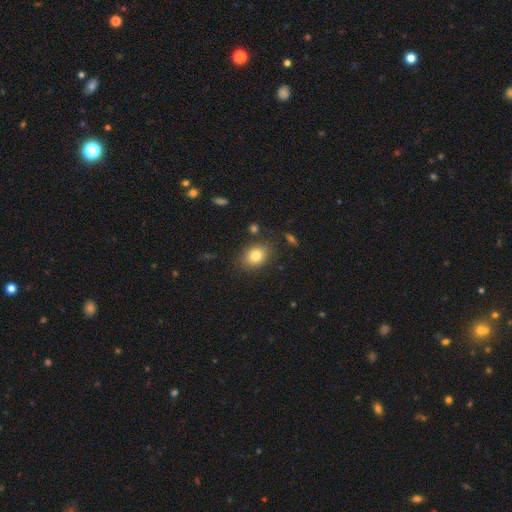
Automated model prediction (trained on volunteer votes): Overall: smooth (81%). How rounded: in between (64%; round 34%). Merging: none (82%).